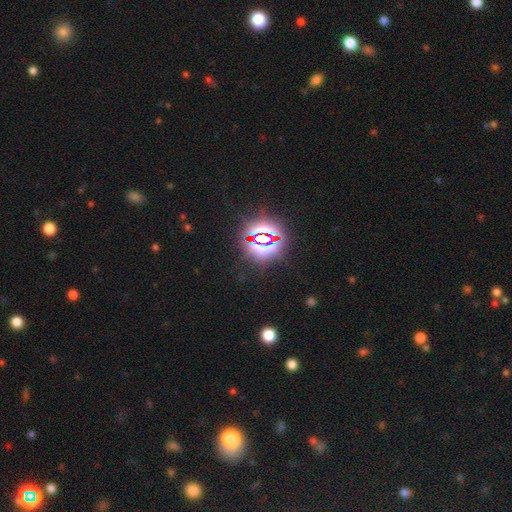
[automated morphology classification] Smooth or featured?
  - star or artifact: 80% *
  - smooth: 12%
  - featured or disk: 8%